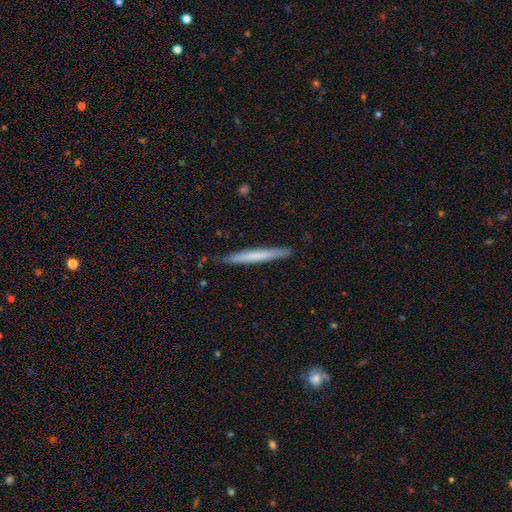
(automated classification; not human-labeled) This is possibly a smooth galaxy (58%). How rounded: clearly cigar-shaped (97%). Merging: clearly none (85%).